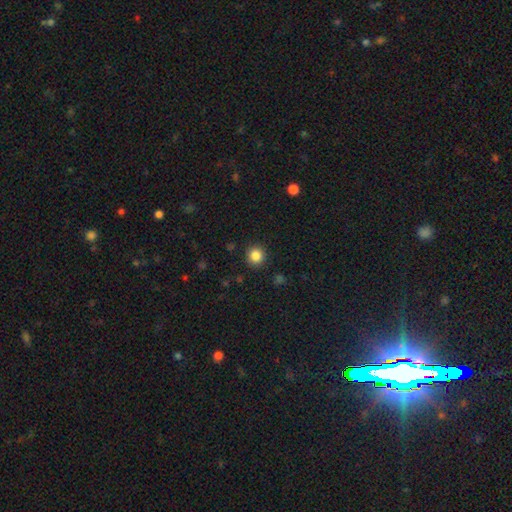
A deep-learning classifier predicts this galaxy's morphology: Smooth or featured? Predicted: smooth (p=0.85). How rounded? Predicted: round (p=0.93). Merging? Predicted: none (p=0.91).